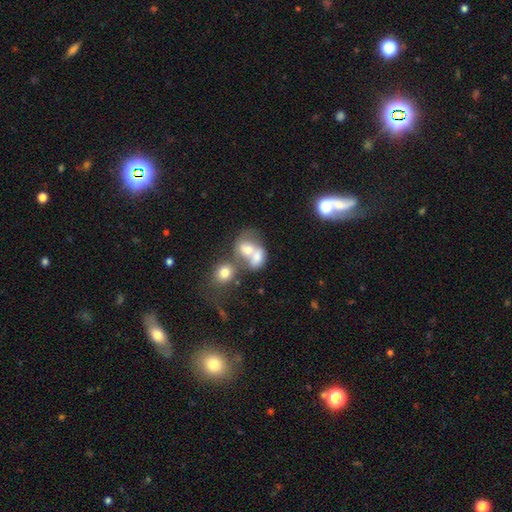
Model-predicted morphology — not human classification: This appears to be a smooth galaxy with no disk features (53%) that is in between round and cigar-shaped (57%). Merging: merger (69%).